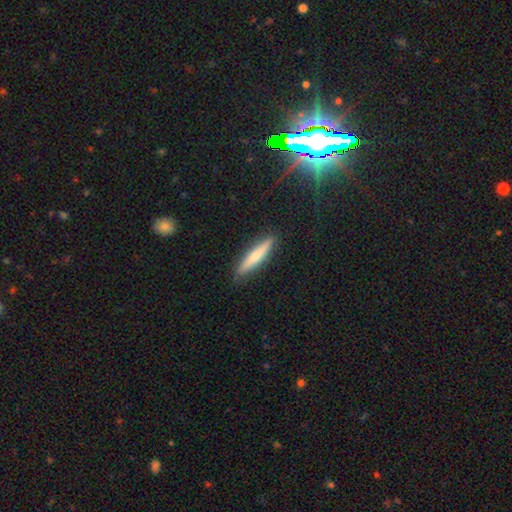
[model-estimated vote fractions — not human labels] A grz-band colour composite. It shows a smooth galaxy with no disk features (61%) that is cigar-shaped (90%). Merging: none (89%).